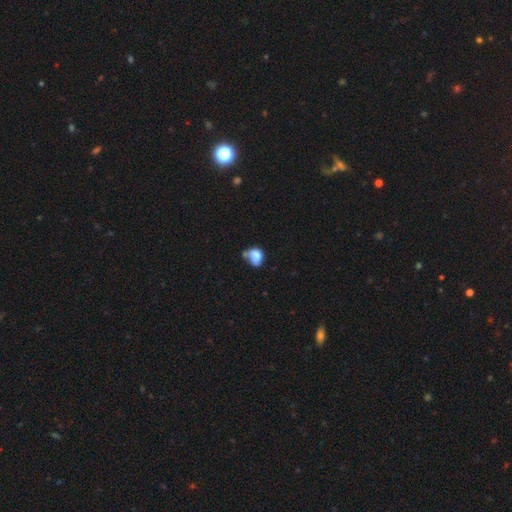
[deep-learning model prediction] smooth_or_featured: smooth (p=0.73) [alt: featured or disk p=0.17]
how_rounded: in between (p=0.57) [alt: round p=0.42]
merging: minor disturbance (p=0.31) [alt: none p=0.29]